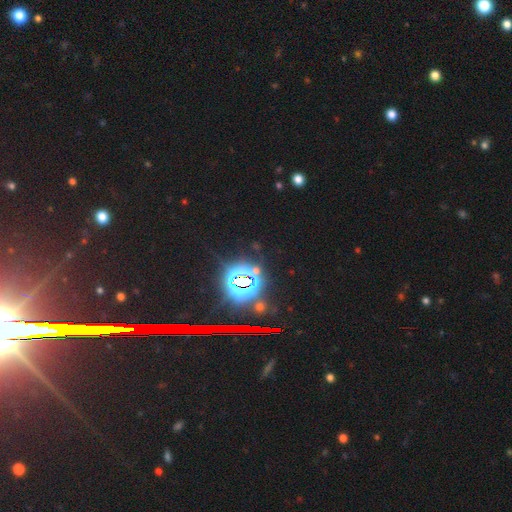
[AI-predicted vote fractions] Smooth or featured: star or artifact — 84% (smooth — 8%)